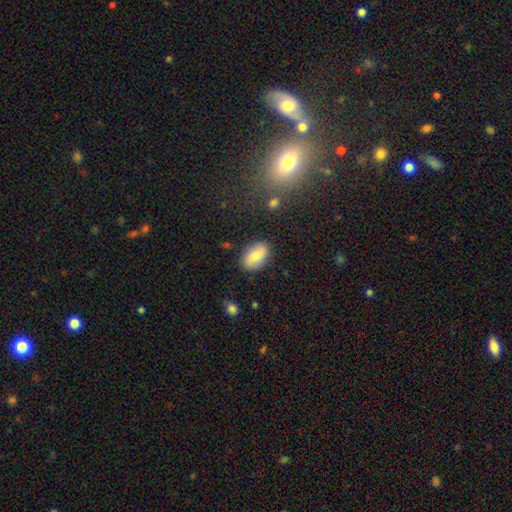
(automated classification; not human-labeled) smooth 70%, featured or disk 22%, star or artifact 7%. Down the decision tree: how rounded — in between (89%); merging — none (84%).